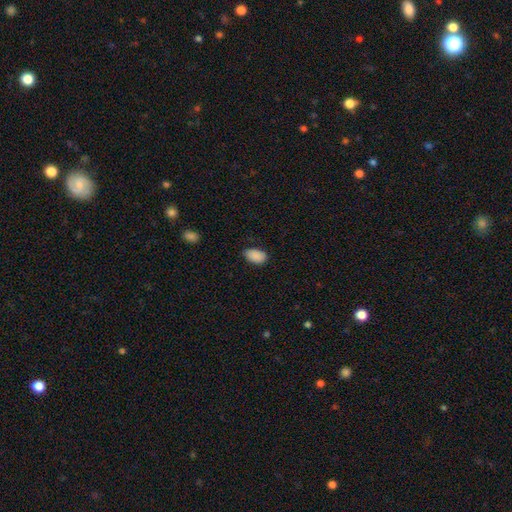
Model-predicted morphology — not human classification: Smooth or featured? smooth (90%)
How rounded? in between (93%)
Merging? none (80%)